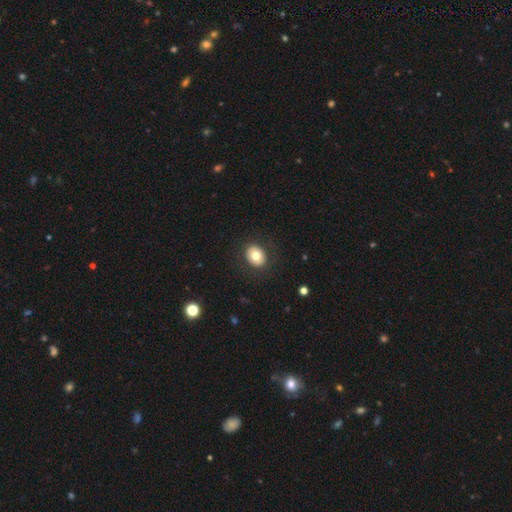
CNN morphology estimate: Q: Smooth or featured?
A: smooth (74%); runner-up: featured or disk (18%)
Q: How rounded?
A: round (55%); runner-up: in between (44%)
Q: Merging?
A: none (86%); runner-up: minor disturbance (9%)